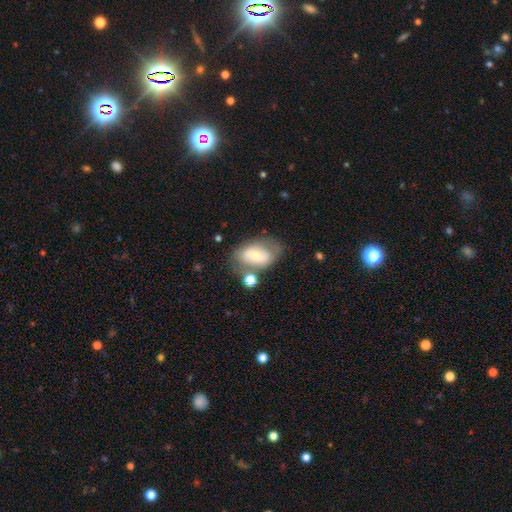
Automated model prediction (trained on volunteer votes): The model was most divided on "smooth or featured": smooth: 53%, featured or disk: 39%, star or artifact: 8%. More confident: how rounded — in between (86%); merging — none (54%).